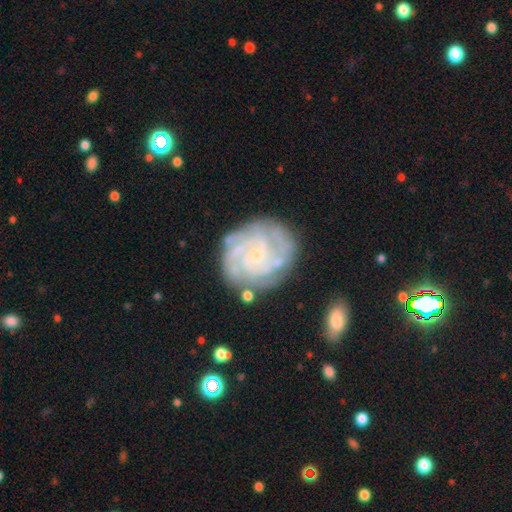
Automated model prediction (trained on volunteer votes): smooth_or_featured: featured or disk (p=0.84) [alt: smooth p=0.09]
disk_edge_on: no (p=0.98) [alt: yes p=0.02]
bar: no (p=0.72) [alt: weak p=0.23]
has_spiral_arms: yes (p=0.96) [alt: no p=0.04]
spiral_winding: tight (p=0.72) [alt: medium p=0.23]
spiral_arm_count: can't tell (p=0.25) [tied with: 4 p=0.25]
bulge_size: small (p=0.78) [alt: moderate p=0.11]
merging: none (p=0.77) [alt: minor disturbance p=0.16]